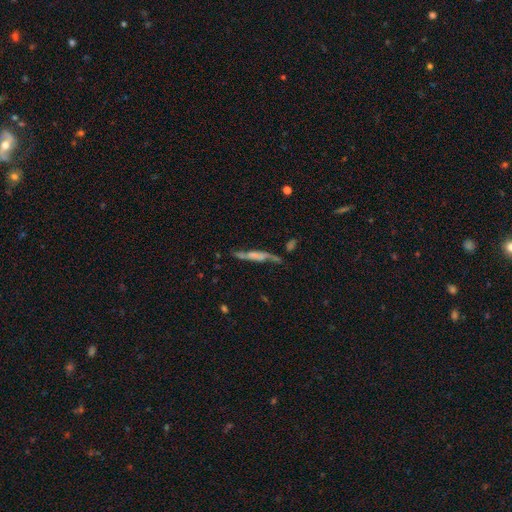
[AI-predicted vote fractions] Smooth or featured: featured or disk — 57% (smooth — 34%)
Edge-on disk: yes — 72% (no — 28%)
Merging: none — 52% (minor disturbance — 23%)